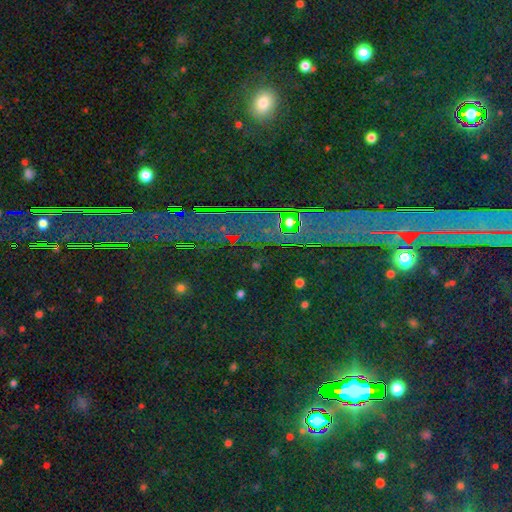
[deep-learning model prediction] smooth_or_featured: star or artifact (p=0.82) [alt: smooth p=0.11]